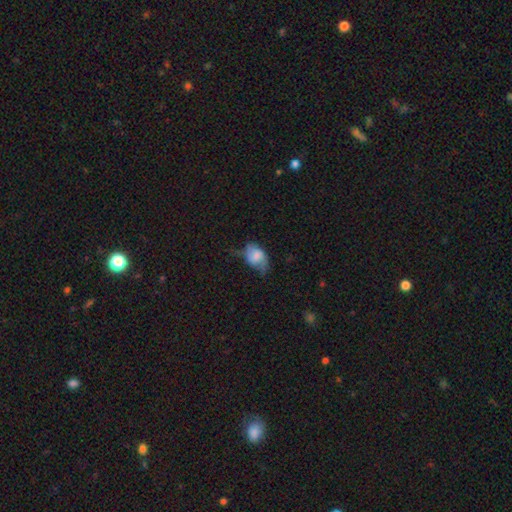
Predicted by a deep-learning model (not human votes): A smooth galaxy with no disk features (65%) that is in between round and cigar-shaped (83%). Merging: minor disturbance (38%).